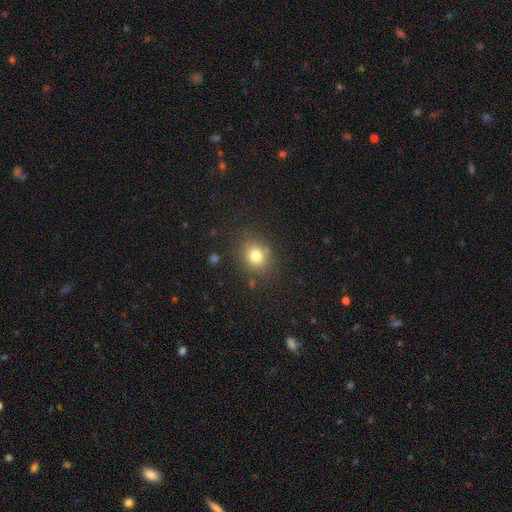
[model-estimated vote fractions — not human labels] A smooth galaxy with no disk features (78%) that is round (69%). Merging: none (81%).